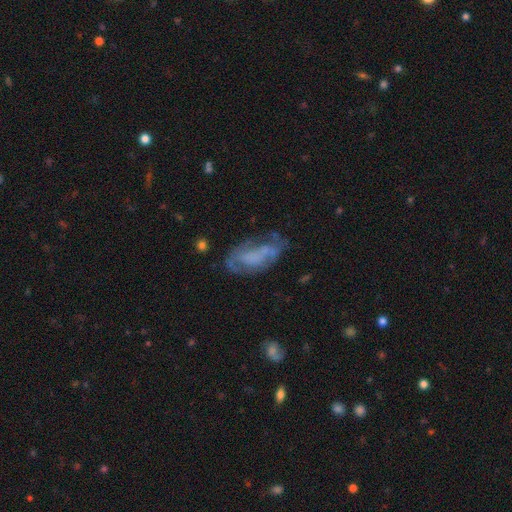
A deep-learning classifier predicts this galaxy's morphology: Smooth or featured? Predicted: featured or disk (p=0.58). Edge-on disk? Predicted: no (p=0.91). Bar? Predicted: no (p=0.65). Spiral arms? Predicted: yes (p=0.58). Bulge size? Predicted: none (p=0.59). Merging? Predicted: none (p=0.53).